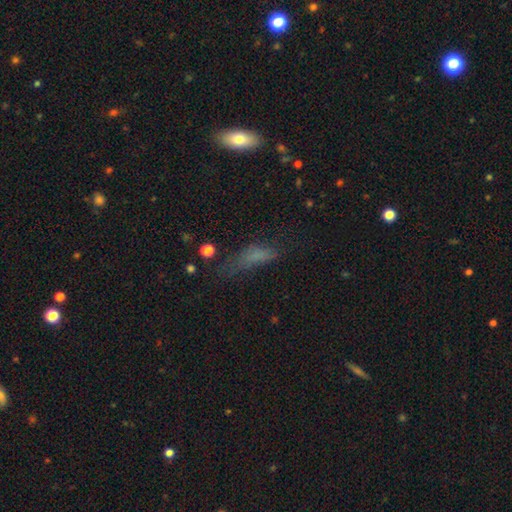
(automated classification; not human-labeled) Smooth or featured? Predicted: smooth (p=0.62). How rounded? Predicted: in between (p=0.52). Merging? Predicted: none (p=0.37).